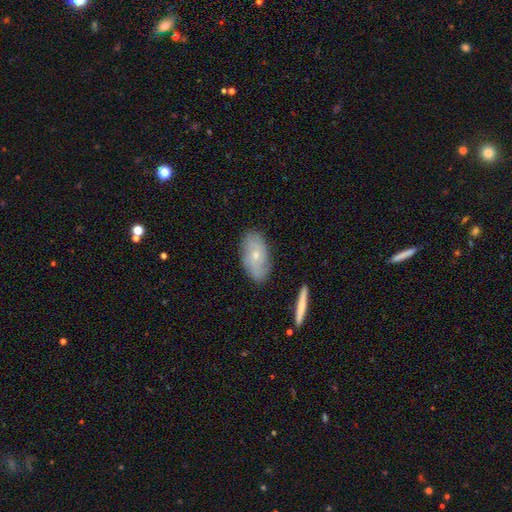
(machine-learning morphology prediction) smooth-or-featured: smooth: 48% | featured or disk: 45% | star or artifact: 7%
  merging: none: 81% | minor disturbance: 14% | major disturbance: 3% | merger: 2%